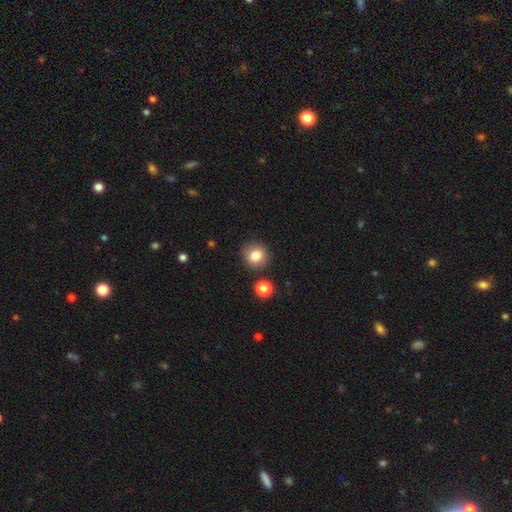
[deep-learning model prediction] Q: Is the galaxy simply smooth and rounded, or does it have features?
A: smooth — 83%.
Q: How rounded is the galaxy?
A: round — 88%.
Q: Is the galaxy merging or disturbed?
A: none — 86%.